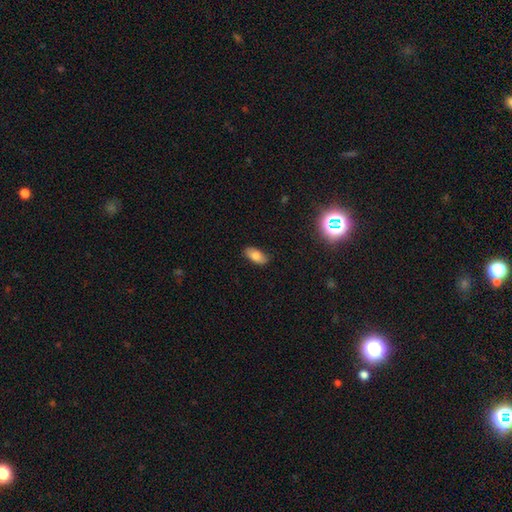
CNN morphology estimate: type=smooth (77%); roundness=in between (91%); merging=none (83%).